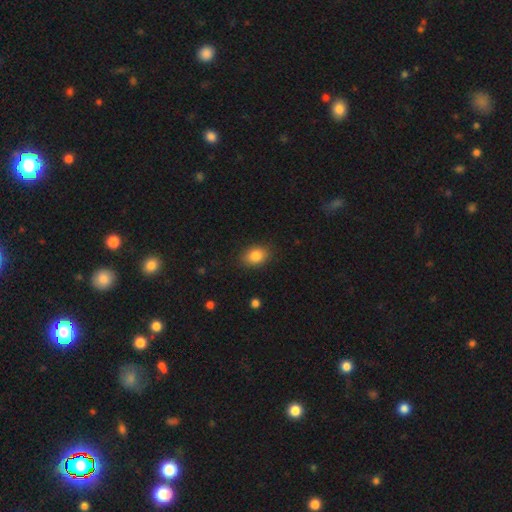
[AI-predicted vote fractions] Q: Smooth or featured?
A: smooth (85%); runner-up: star or artifact (9%)
Q: How rounded?
A: in between (72%); runner-up: round (26%)
Q: Merging?
A: none (86%); runner-up: minor disturbance (11%)